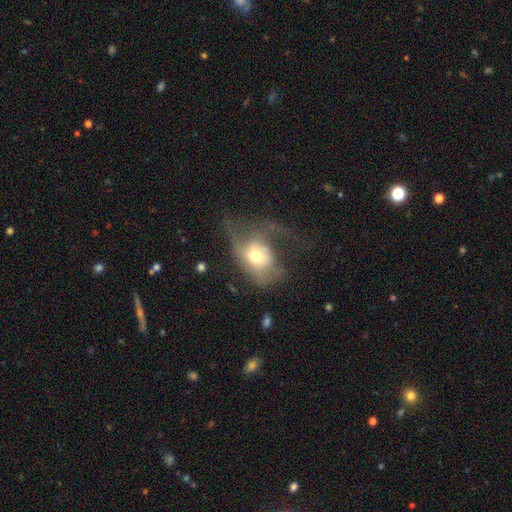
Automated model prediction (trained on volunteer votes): A smooth galaxy with no disk features (48%). Merging: major disturbance (58%).